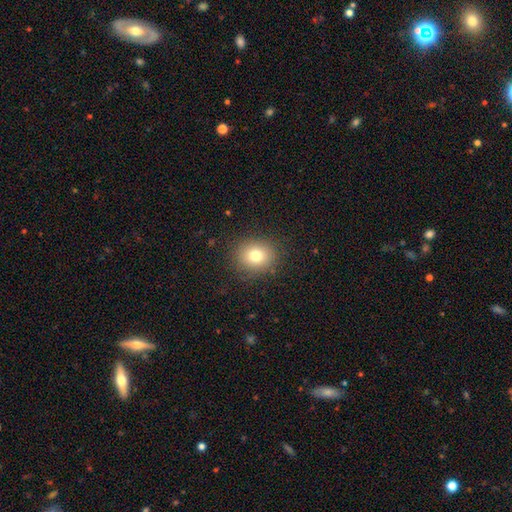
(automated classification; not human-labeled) smooth-or-featured: smooth: 77% | star or artifact: 12% | featured or disk: 10%
  how-rounded: round: 71% | in between: 28% | cigar-shaped: 1%
  merging: none: 87% | minor disturbance: 9% | major disturbance: 3% | merger: 1%